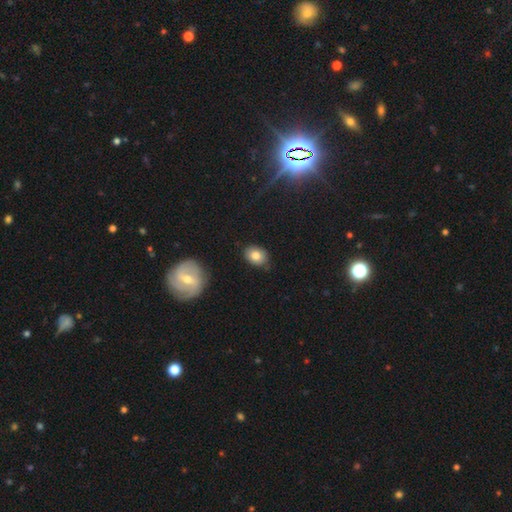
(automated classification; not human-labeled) smooth 82%, featured or disk 9%, star or artifact 9%. Down the decision tree: how rounded — in between (66%); merging — none (80%).